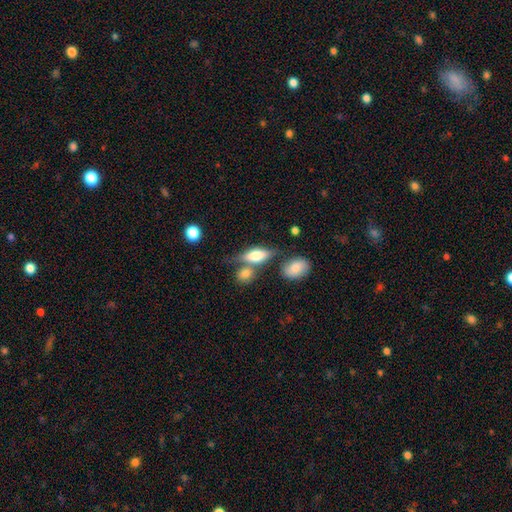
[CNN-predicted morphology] Overall: smooth (64%; featured or disk 29%). How rounded: in between (70%). Merging: none (51%; merger 26%).